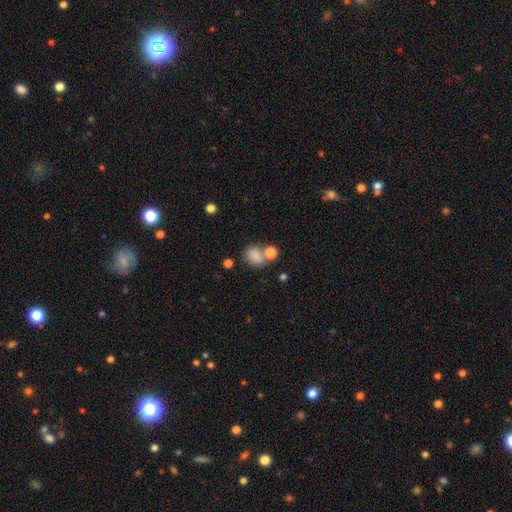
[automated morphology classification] The model was most divided on "how rounded": in between: 57%, round: 41%, cigar-shaped: 1%. Remaining: smooth or featured — smooth (81%); merging — none (49%).